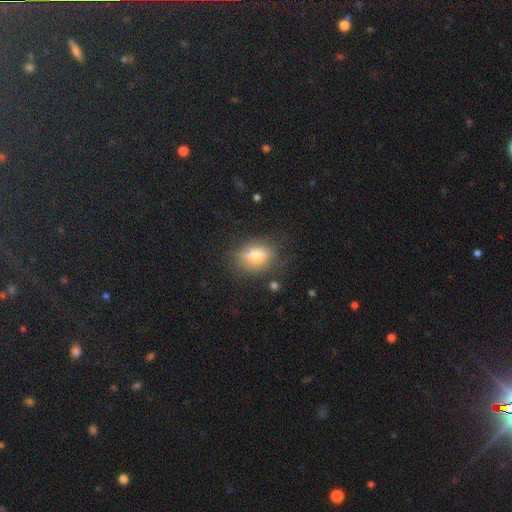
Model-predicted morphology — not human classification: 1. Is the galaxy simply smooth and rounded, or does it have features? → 70% smooth, 19% featured or disk, 11% star or artifact.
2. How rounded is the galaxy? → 73% in between, 23% round, 4% cigar-shaped.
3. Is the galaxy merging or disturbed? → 70% none, 20% minor disturbance, 8% major disturbance, 3% merger.